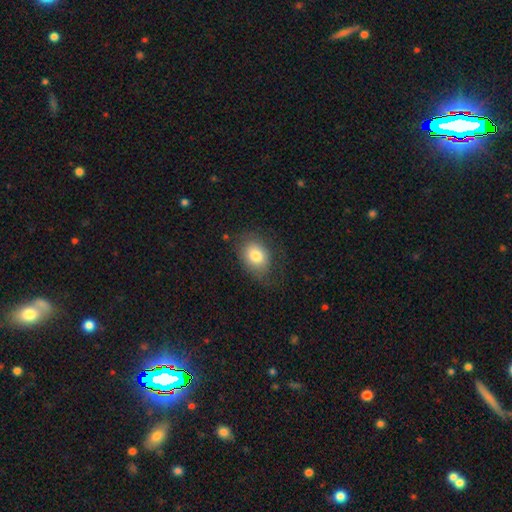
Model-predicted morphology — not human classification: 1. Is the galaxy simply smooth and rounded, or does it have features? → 79% smooth, 12% featured or disk, 8% star or artifact.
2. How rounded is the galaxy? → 68% in between, 31% round, 1% cigar-shaped.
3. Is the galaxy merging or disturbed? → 68% none, 21% minor disturbance, 10% major disturbance, 1% merger.